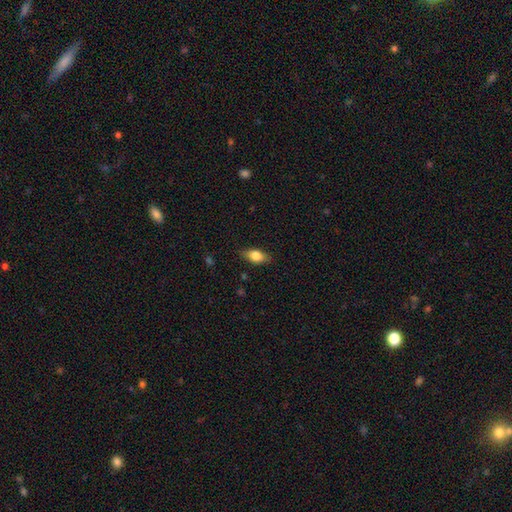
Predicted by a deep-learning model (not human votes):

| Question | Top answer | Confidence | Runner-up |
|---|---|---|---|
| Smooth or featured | smooth | 76% | featured or disk (16%) |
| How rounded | in between | 83% | cigar-shaped (10%) |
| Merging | none | 83% | minor disturbance (13%) |